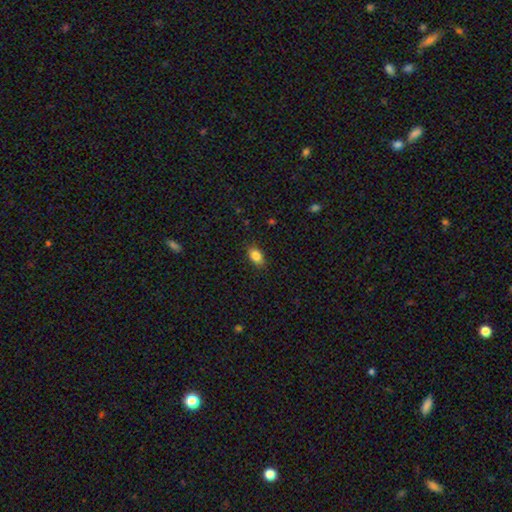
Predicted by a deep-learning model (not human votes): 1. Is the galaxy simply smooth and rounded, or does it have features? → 86% smooth, 9% star or artifact, 6% featured or disk.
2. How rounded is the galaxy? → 87% in between, 11% round, 2% cigar-shaped.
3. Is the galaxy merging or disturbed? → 86% none, 11% minor disturbance, 2% major disturbance, 1% merger.